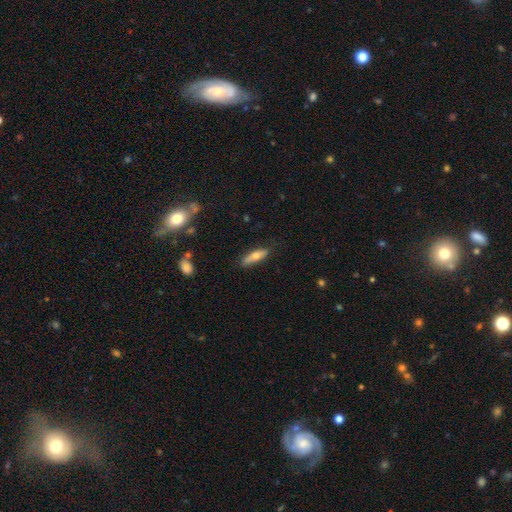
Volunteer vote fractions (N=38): Overall: smooth (58%; featured or disk 37%). How rounded: cigar-shaped (64%; in between 36%). Merging: none (83%).